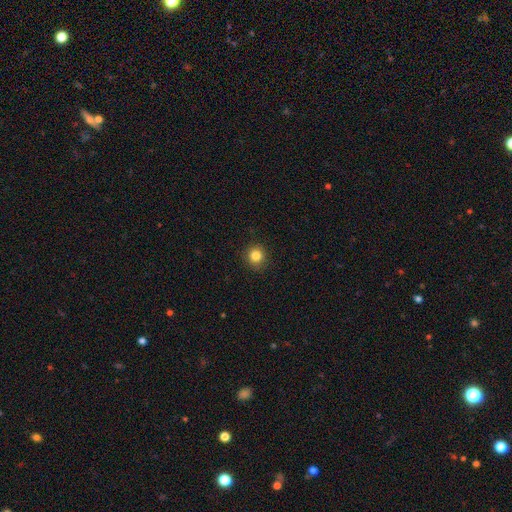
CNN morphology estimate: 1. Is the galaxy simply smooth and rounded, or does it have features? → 84% smooth, 11% star or artifact, 5% featured or disk.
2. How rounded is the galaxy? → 93% round, 7% in between, 1% cigar-shaped.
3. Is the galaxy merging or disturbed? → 91% none, 6% minor disturbance, 2% major disturbance, 1% merger.